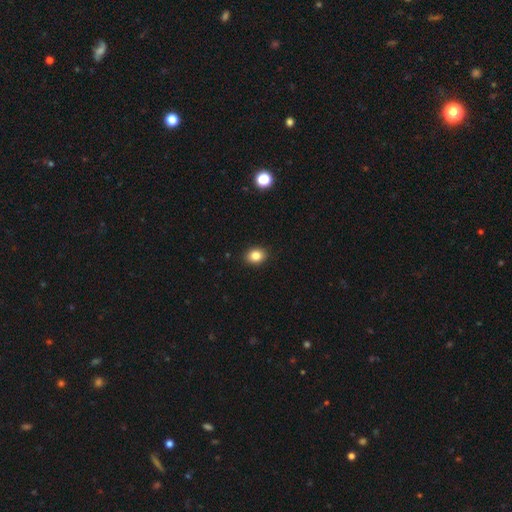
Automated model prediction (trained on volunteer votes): smooth-or-featured: smooth: 84% | star or artifact: 10% | featured or disk: 6%
  how-rounded: in between: 60% | round: 39% | cigar-shaped: 1%
  merging: none: 90% | minor disturbance: 7% | major disturbance: 2% | merger: 1%